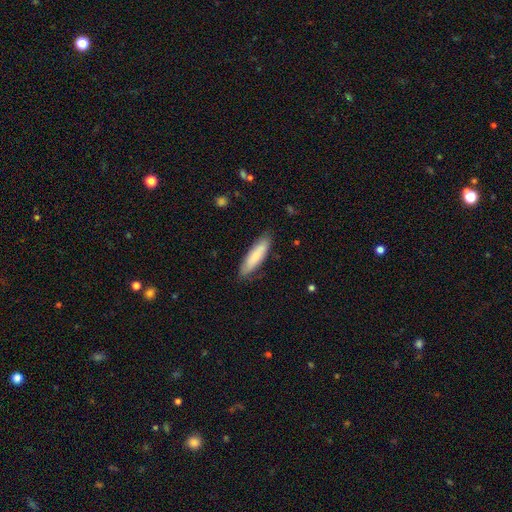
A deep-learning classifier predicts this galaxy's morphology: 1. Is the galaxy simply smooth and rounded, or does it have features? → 80% smooth, 15% featured or disk, 5% star or artifact.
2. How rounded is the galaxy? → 68% cigar-shaped, 31% in between, 1% round.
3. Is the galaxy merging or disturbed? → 84% none, 13% minor disturbance, 2% major disturbance, 1% merger.